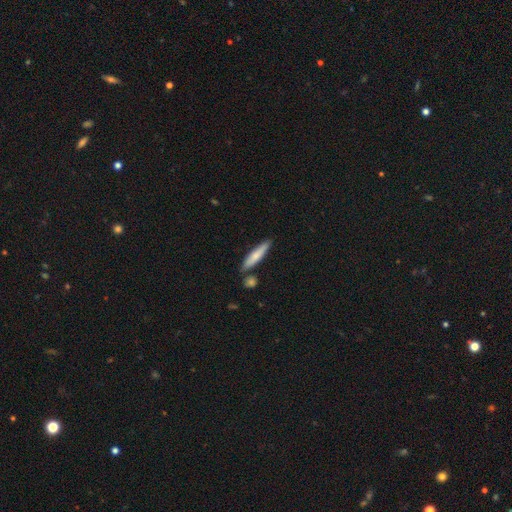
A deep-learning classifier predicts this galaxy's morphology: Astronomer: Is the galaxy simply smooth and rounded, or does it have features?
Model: smooth — 70%.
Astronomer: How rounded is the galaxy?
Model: cigar-shaped — 87%.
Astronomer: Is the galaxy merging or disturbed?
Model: none — 80%.